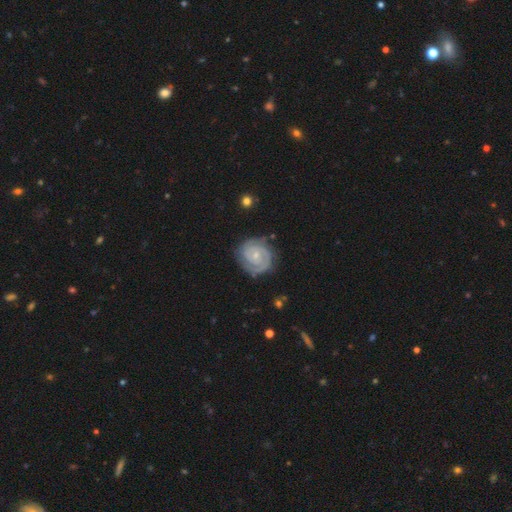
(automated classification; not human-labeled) Morphology: type=featured or disk (88%); edge-on=no (98%); bar=no (60%); spiral arms=yes (98%); winding=tight (78%); arm count=2 (74%); bulge=small (67%); merging=none (79%).